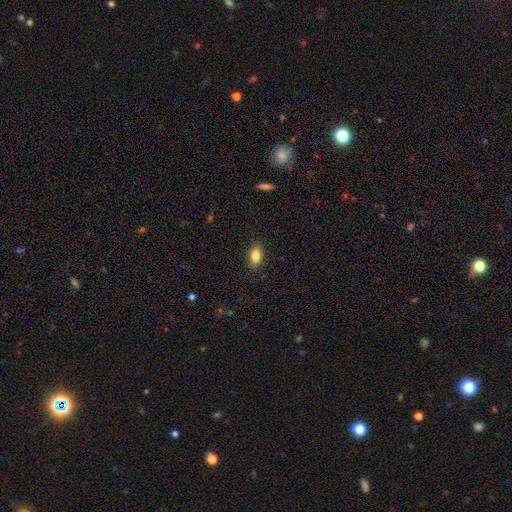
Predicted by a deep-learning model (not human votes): Overall: smooth (85%). How rounded: in between (89%). Merging: none (88%).